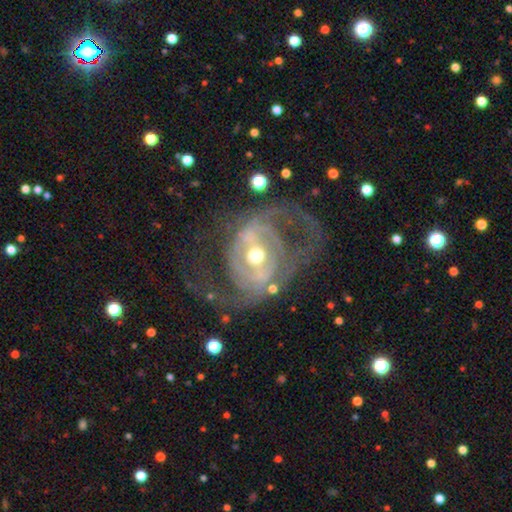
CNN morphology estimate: This is clearly a featured or disk galaxy (87%). It is clearly not viewed edge-on (97%). Bar: marginally no (36%, tied with weak). Spiral arm pattern: clearly yes (86%). Spiral arm count: possibly 2 (54%). Spiral winding: marginally medium (42%). Central bulge: likely moderate (73%). Merging: possibly none (52%).